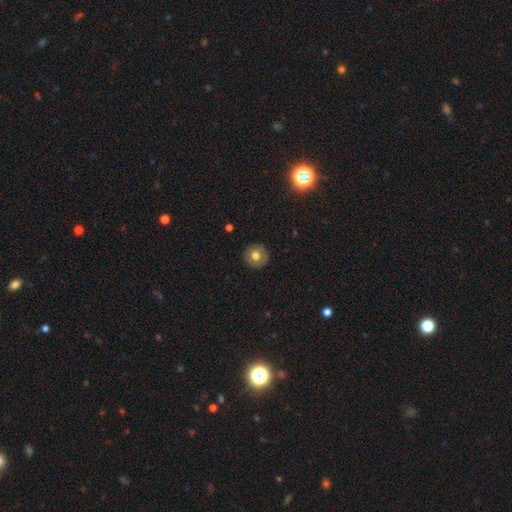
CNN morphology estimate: This is likely a smooth galaxy (69%). How rounded: clearly round (94%). Merging: clearly none (90%).